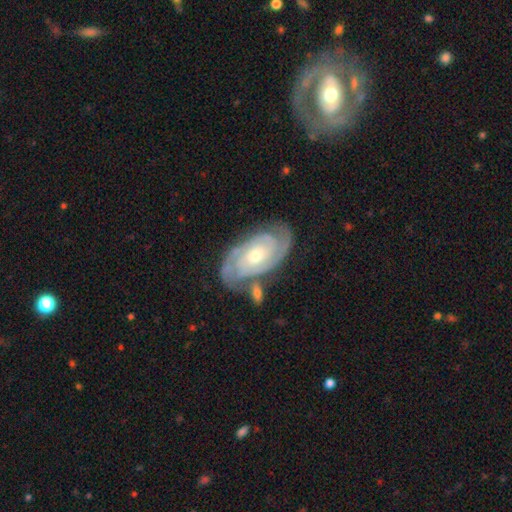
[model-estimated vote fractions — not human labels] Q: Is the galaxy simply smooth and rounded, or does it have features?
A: featured or disk — 89%.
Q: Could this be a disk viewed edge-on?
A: no — 96%.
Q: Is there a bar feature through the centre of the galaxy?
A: no — 66%.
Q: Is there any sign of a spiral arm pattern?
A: yes — 97%.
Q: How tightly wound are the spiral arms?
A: tight — 77%.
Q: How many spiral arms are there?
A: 2 — 59%.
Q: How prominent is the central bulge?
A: moderate — 48%, tied with small.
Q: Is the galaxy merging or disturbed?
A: none — 70%.